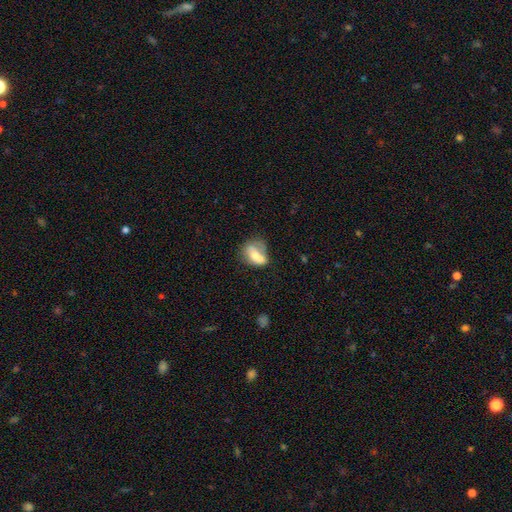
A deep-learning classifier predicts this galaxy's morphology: Smooth or featured? smooth (57%)
How rounded? in between (71%)
Merging? none (33%)